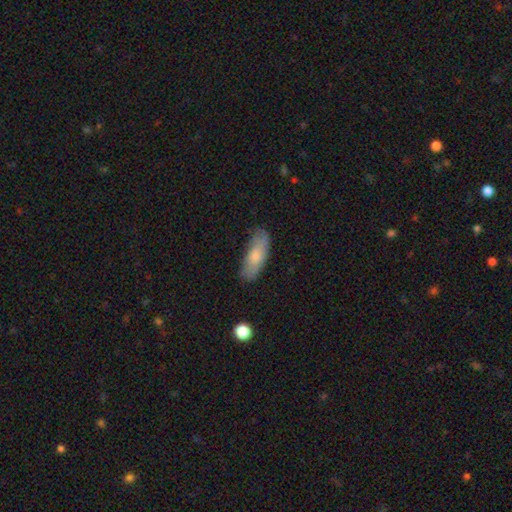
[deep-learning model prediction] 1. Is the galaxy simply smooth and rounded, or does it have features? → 73% smooth, 21% featured or disk, 6% star or artifact.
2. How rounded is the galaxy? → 69% in between, 29% cigar-shaped, 2% round.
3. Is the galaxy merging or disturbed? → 72% none, 21% minor disturbance, 5% major disturbance, 2% merger.